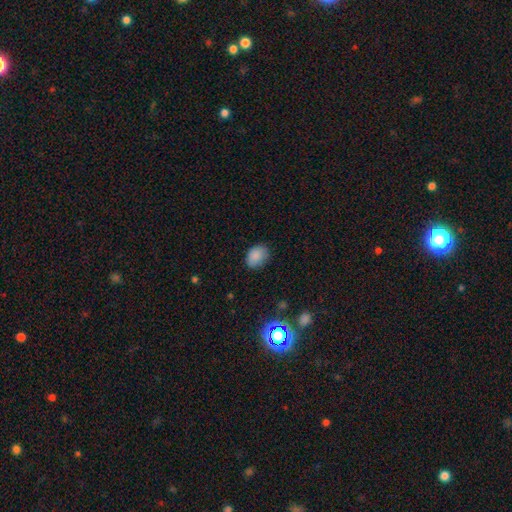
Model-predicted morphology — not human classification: A smooth galaxy with no disk features (86%) that is in between round and cigar-shaped (71%).

Vote fractions:
- Smooth or featured? smooth: 86% / star or artifact: 9% / featured or disk: 5%
- How rounded? in between: 71% / round: 28% / cigar-shaped: 1%
- Merging? none: 78% / minor disturbance: 17% / major disturbance: 4% / merger: 1%